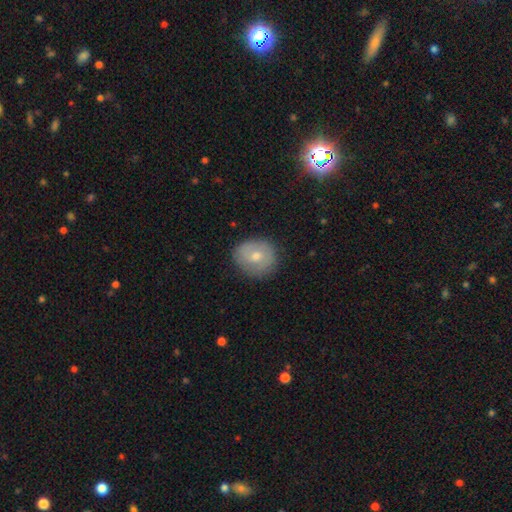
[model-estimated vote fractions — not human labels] Smooth or featured: smooth — 59% (featured or disk — 33%)
How rounded: round — 79% (in between — 20%)
Merging: none — 80% (minor disturbance — 15%)